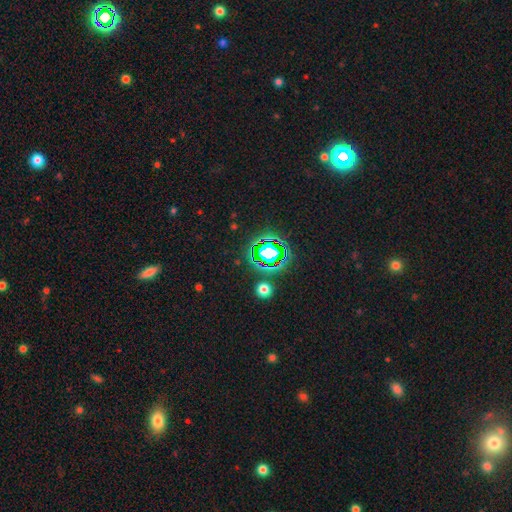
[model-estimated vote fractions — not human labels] The model was most divided on "smooth or featured": star or artifact: 76%, smooth: 16%, featured or disk: 7%.